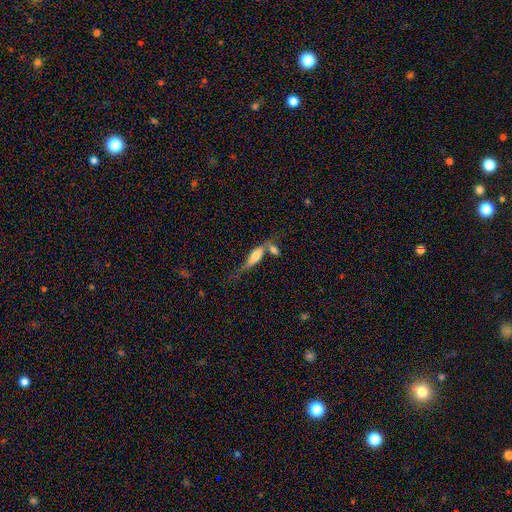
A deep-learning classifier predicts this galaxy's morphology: smooth_or_featured: smooth (p=0.64) [alt: featured or disk p=0.28]
how_rounded: in between (p=0.51) [alt: cigar-shaped p=0.46]
merging: merger (p=0.42) [alt: none p=0.28]